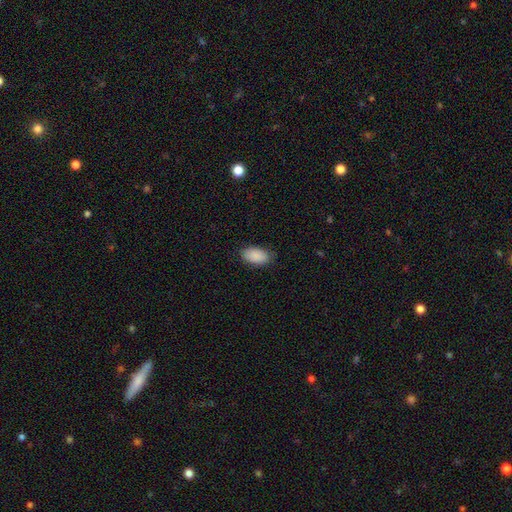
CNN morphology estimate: smooth-or-featured: smooth: 90% | star or artifact: 7% | featured or disk: 3%
  how-rounded: in between: 94% | round: 4% | cigar-shaped: 2%
  merging: none: 83% | minor disturbance: 14% | major disturbance: 3% | merger: 1%